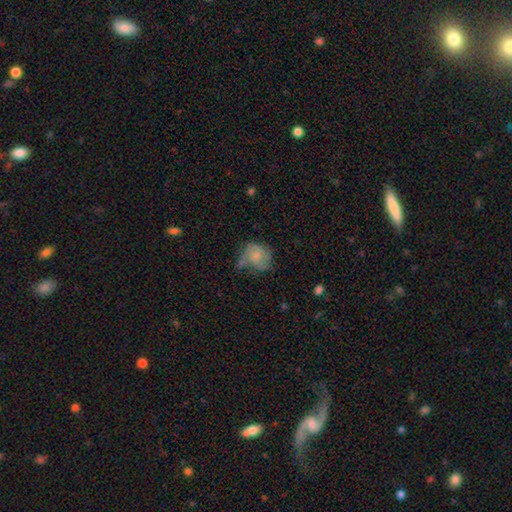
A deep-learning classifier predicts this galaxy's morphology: Overall: smooth (55%; featured or disk 36%). How rounded: round (63%; in between 36%). Merging: none (35%; minor disturbance 33%).